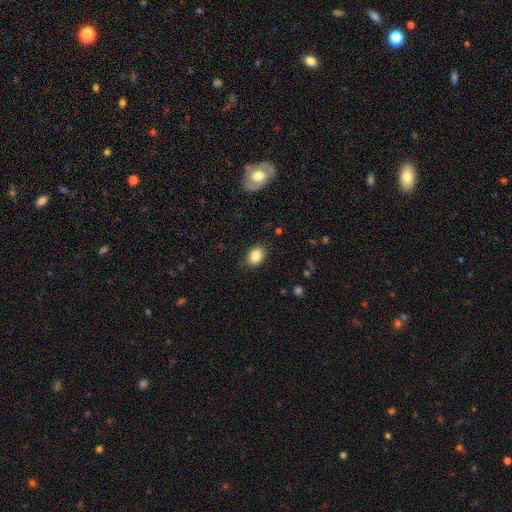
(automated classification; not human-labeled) Smooth or featured? smooth (86%)
How rounded? in between (80%)
Merging? none (84%)